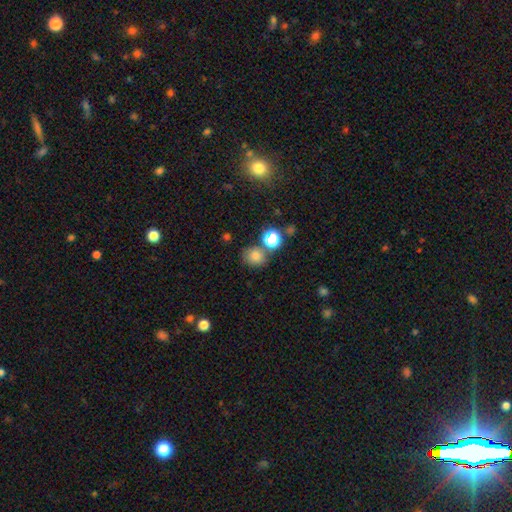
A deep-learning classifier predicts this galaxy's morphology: A smooth galaxy with no disk features (76%) that is round (74%). Merging: none (69%).